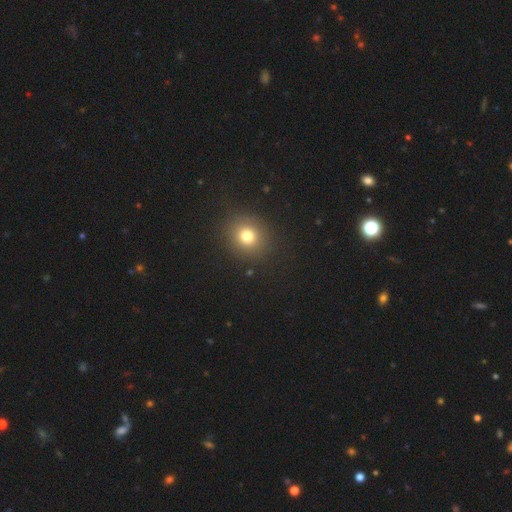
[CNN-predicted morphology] Q: Smooth or featured?
A: smooth (64%); runner-up: star or artifact (29%)
Q: How rounded?
A: round (83%); runner-up: in between (16%)
Q: Merging?
A: none (92%); runner-up: minor disturbance (5%)